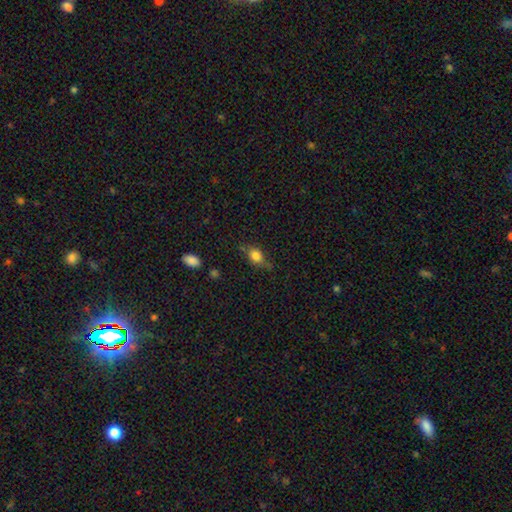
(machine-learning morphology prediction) type=smooth (79%); roundness=in between (64%); merging=none (64%).